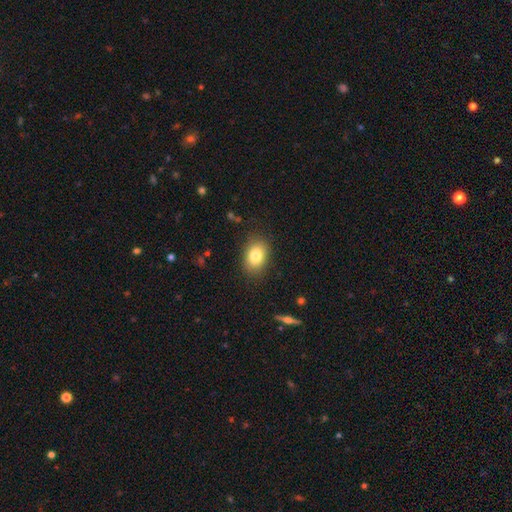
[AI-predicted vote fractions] Q: Smooth or featured?
A: smooth (82%); runner-up: featured or disk (10%)
Q: How rounded?
A: in between (78%); runner-up: round (21%)
Q: Merging?
A: none (85%); runner-up: minor disturbance (11%)